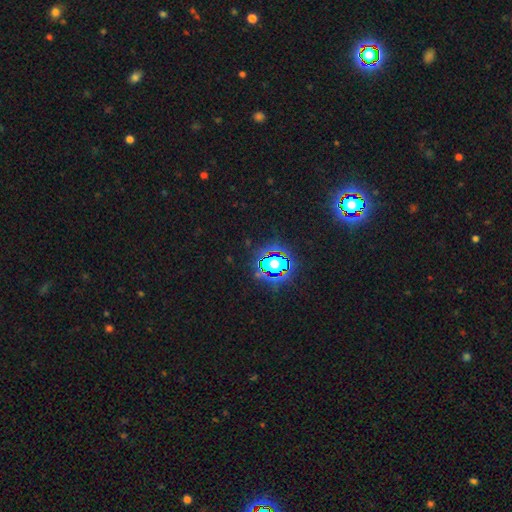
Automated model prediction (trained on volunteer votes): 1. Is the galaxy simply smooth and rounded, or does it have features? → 82% star or artifact, 11% smooth, 7% featured or disk.